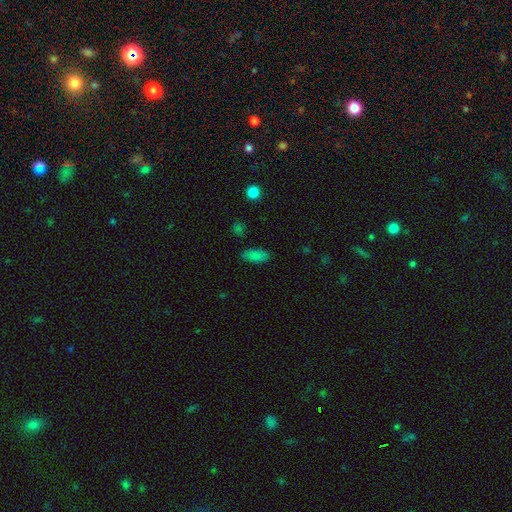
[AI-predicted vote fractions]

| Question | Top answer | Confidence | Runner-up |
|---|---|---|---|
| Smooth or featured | smooth | 82% | star or artifact (9%) |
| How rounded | in between | 88% | cigar-shaped (9%) |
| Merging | none | 82% | minor disturbance (13%) |